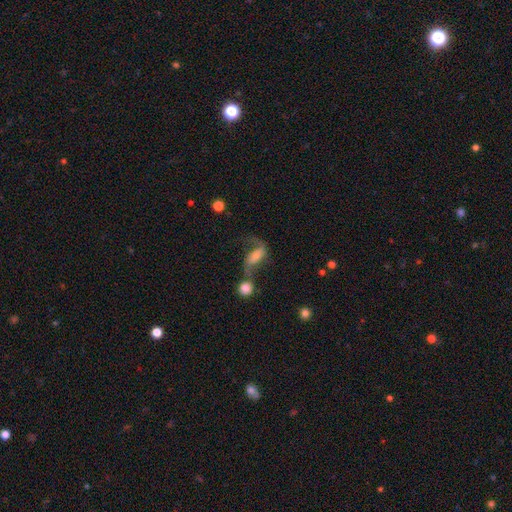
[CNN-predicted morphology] smooth-or-featured: featured or disk: 67% | smooth: 23% | star or artifact: 10%
  disk-edge-on: no: 93% | yes: 7%
    bar: weak: 39% | no: 34% | strong: 28%
    has-spiral-arms: yes: 87% | no: 13%
      spiral-winding: loose: 73% | medium: 21% | tight: 6%
      spiral-arm-count: 2: 79% | 1: 13% | can't tell: 5% | 3: 1% | 4: 1% | more than 4: 1%
    bulge-size: moderate: 41% | small: 40% | none: 9% | large: 8% | dominant: 2%
  merging: none: 32% (tied) | merger: 32% (tied) | major disturbance: 21% | minor disturbance: 14%